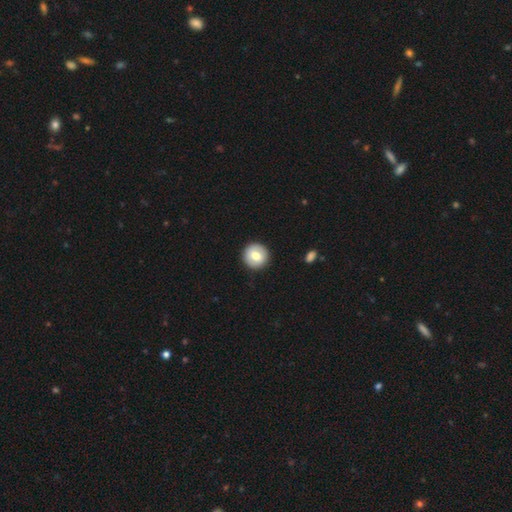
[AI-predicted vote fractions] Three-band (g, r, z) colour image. It shows a smooth galaxy with no disk features (73%) that is round (96%). Merging: none (92%).